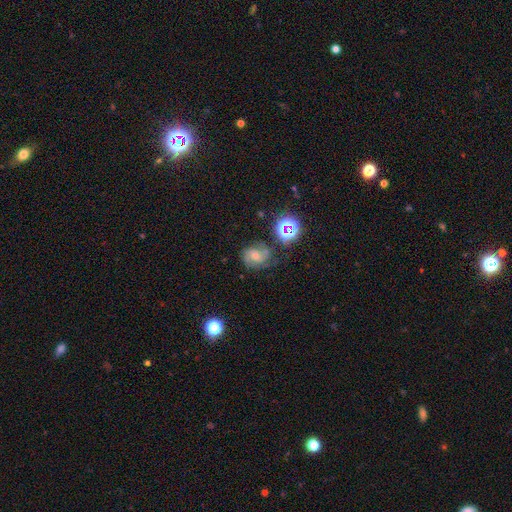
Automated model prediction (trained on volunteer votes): A featured or disk galaxy (57%) with no bar (52%), spiral arms (88%) and a moderate central bulge (41%). Merging: none (60%).